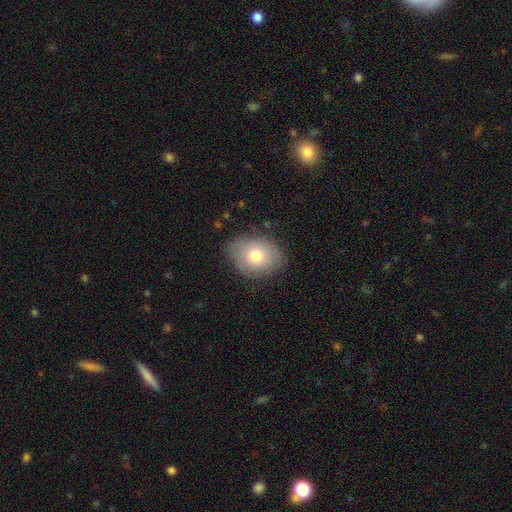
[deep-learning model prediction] Smooth or featured: smooth — 75% (featured or disk — 17%)
How rounded: in between — 62% (round — 37%)
Merging: none — 76% (minor disturbance — 19%)